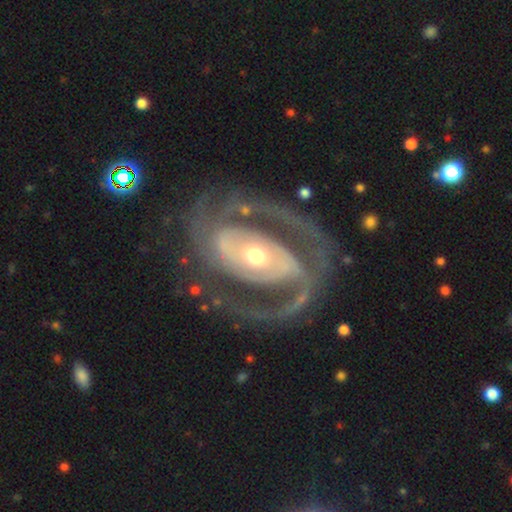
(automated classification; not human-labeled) featured or disk 92%, smooth 4%, star or artifact 4%. Down the decision tree: edge-on disk — no (97%); bar — no (42%); spiral arms — yes (95%); spiral arm count — 2 (82%); spiral winding — medium (46%); bulge size — moderate (60%); merging — none (74%).